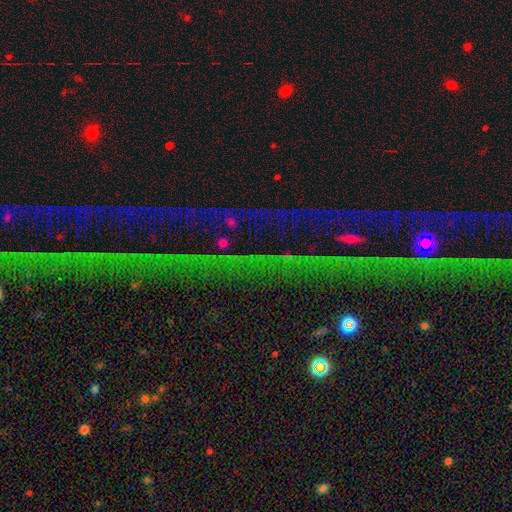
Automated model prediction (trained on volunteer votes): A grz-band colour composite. It shows a star or artifact, not a galaxy (83%).